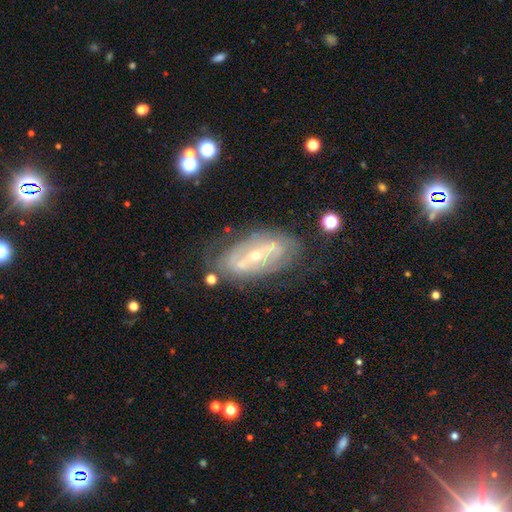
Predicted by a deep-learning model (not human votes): Q: Smooth or featured?
A: featured or disk (79%); runner-up: smooth (14%)
Q: Edge-on disk?
A: no (89%); runner-up: yes (11%)
Q: Bar?
A: strong (43%); runner-up: weak (29%)
Q: Spiral arms?
A: yes (65%); runner-up: no (35%)
Q: Bulge size?
A: small (62%); runner-up: moderate (34%)
Q: Merging?
A: none (69%); runner-up: minor disturbance (19%)